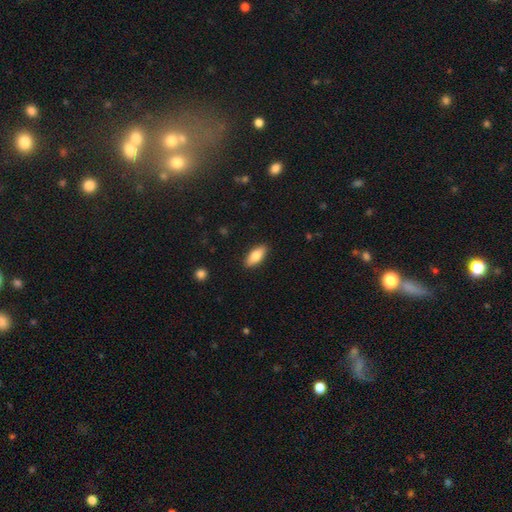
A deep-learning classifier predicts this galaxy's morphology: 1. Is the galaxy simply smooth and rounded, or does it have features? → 78% smooth, 16% featured or disk, 6% star or artifact.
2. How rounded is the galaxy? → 82% in between, 16% cigar-shaped, 2% round.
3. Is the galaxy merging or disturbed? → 89% none, 8% minor disturbance, 2% major disturbance, 1% merger.